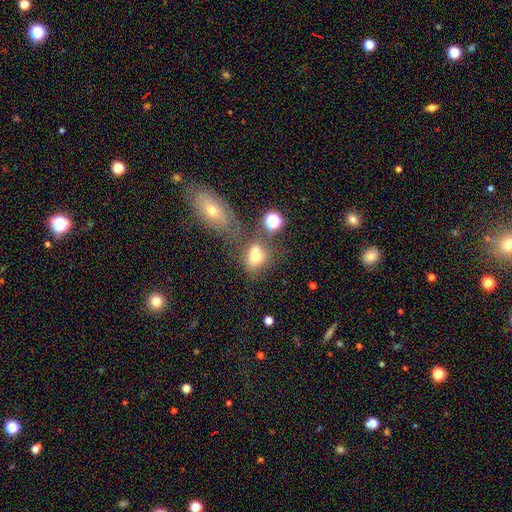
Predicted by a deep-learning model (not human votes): This is likely a smooth galaxy (65%). How rounded: possibly in between (59%). Merging: marginally merger (45%).